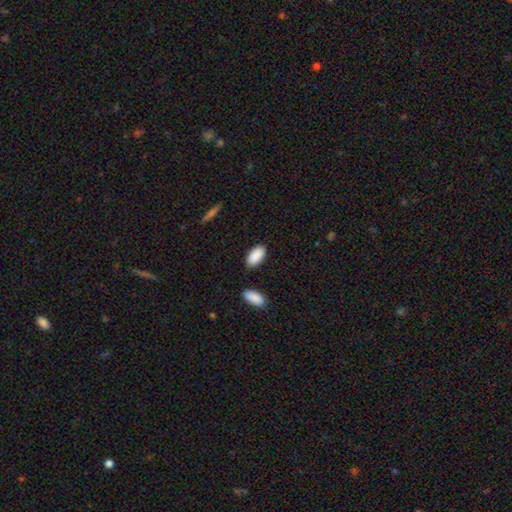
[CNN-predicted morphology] This is clearly a smooth galaxy (90%). How rounded: clearly in between (94%). Merging: clearly none (82%).